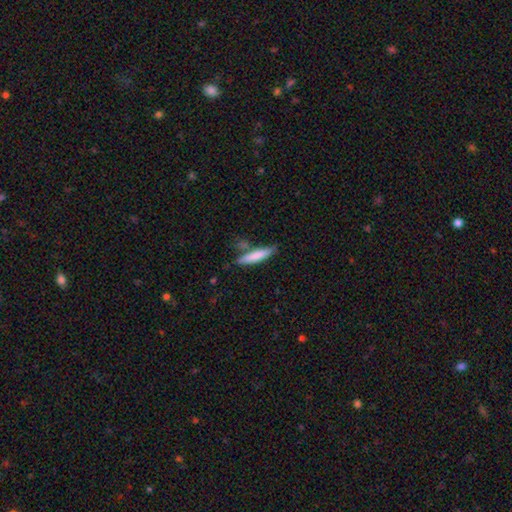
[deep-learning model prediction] The model was most divided on "merging": none: 69%, minor disturbance: 17%, merger: 10%, major disturbance: 4%. More confident: how rounded — cigar-shaped (86%); smooth or featured — smooth (78%).